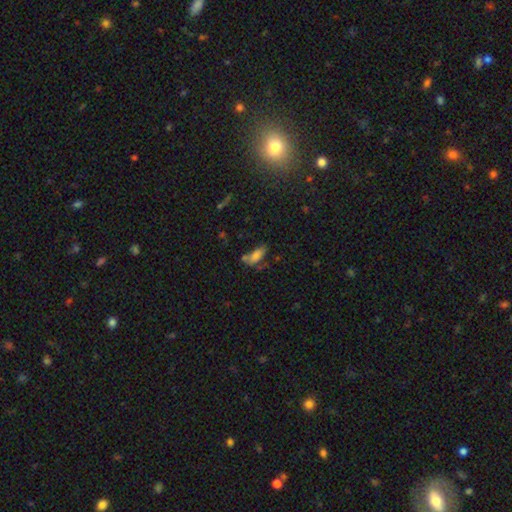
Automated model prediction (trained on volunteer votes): This appears to be a smooth galaxy with no disk features (73%) that is in between round and cigar-shaped (79%). Merging: none (41%).